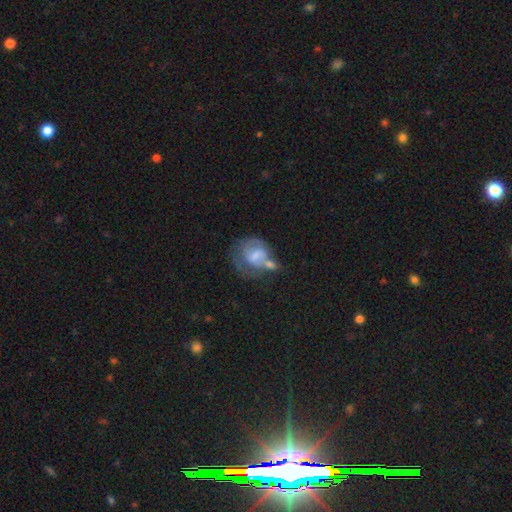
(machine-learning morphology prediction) smooth_or_featured: featured or disk (p=0.46) [tied with: smooth p=0.46]
merging: merger (p=0.38) [alt: none p=0.23]